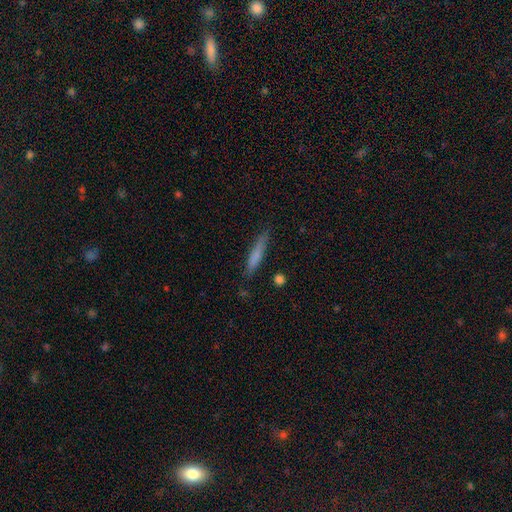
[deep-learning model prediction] smooth 72%, featured or disk 21%, star or artifact 7%. Down the decision tree: how rounded — cigar-shaped (92%); merging — none (82%).